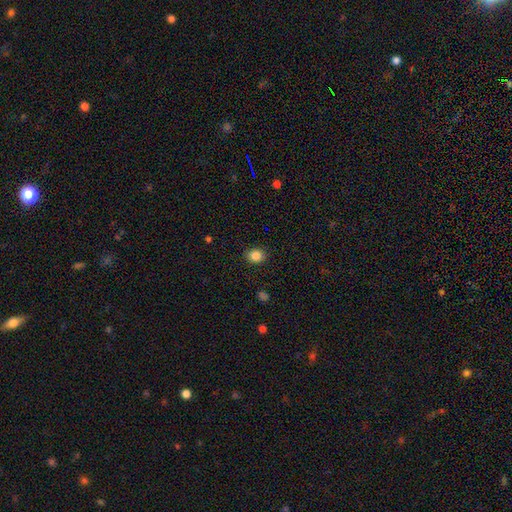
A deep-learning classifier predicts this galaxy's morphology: The model was most divided on "how rounded": round: 66%, in between: 33%, cigar-shaped: 1%. More confident: merging — none (90%); smooth or featured — smooth (85%).